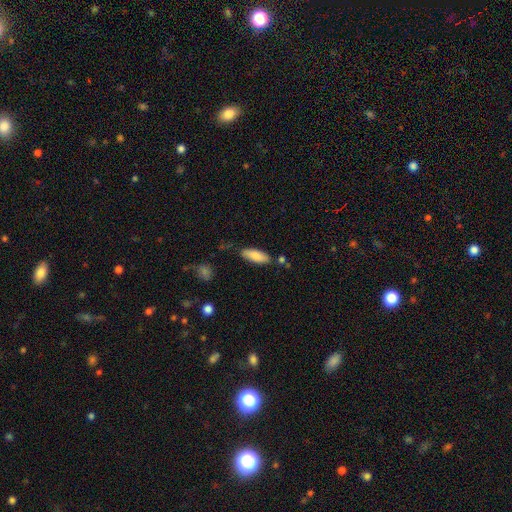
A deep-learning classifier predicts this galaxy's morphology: Smooth or featured? Predicted: smooth (p=0.83). How rounded? Predicted: in between (p=0.71). Merging? Predicted: none (p=0.78).